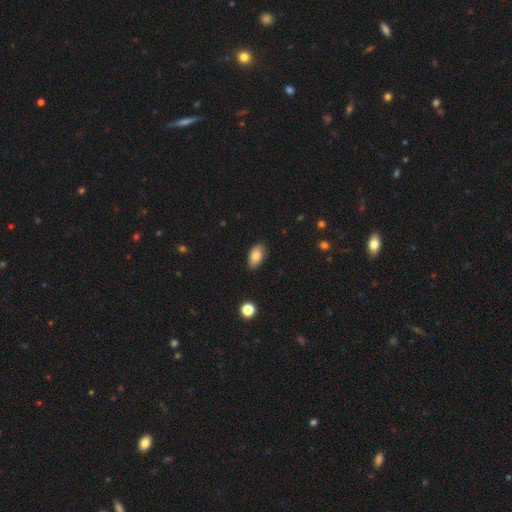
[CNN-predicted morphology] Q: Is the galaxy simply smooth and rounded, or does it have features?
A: smooth — 82%.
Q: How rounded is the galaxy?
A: in between — 93%.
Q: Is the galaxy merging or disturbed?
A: none — 86%.